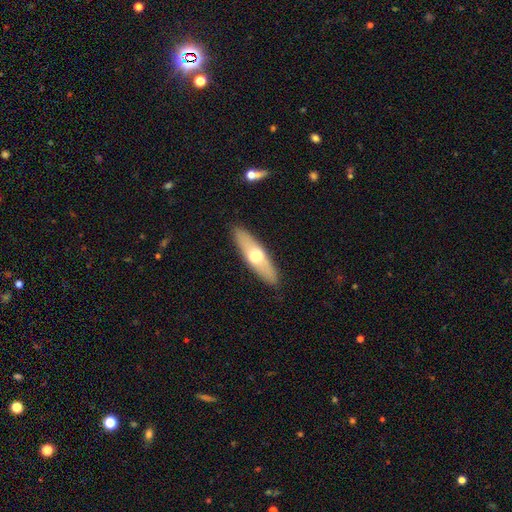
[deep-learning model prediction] smooth_or_featured: smooth (p=0.52) [alt: featured or disk p=0.42]
how_rounded: cigar-shaped (p=0.62) [alt: in between p=0.36]
merging: none (p=0.89) [alt: minor disturbance p=0.08]